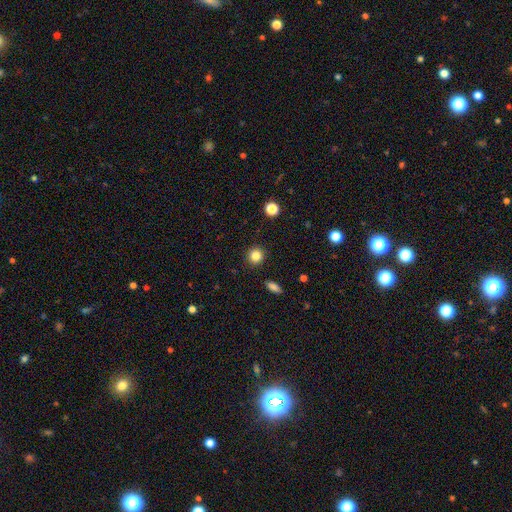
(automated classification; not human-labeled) smooth_or_featured: smooth (p=0.84) [alt: star or artifact p=0.11]
how_rounded: round (p=0.92) [alt: in between p=0.07]
merging: none (p=0.91) [alt: minor disturbance p=0.05]